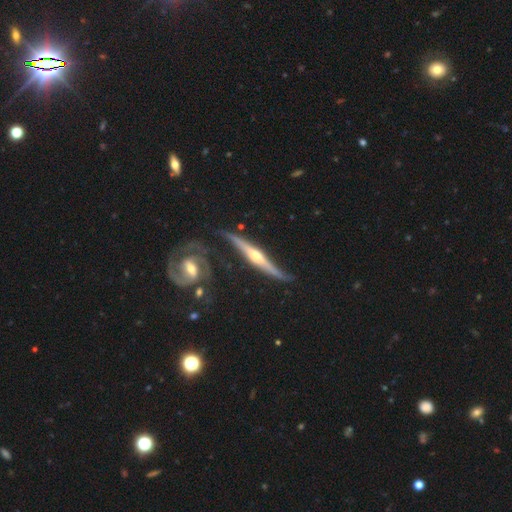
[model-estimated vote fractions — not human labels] The model was most divided on "merging": none: 71%, minor disturbance: 17%, merger: 7%, major disturbance: 5%. More confident: edge-on disk — yes (93%); edge-on bulge — rounded (90%); smooth or featured — featured or disk (86%).